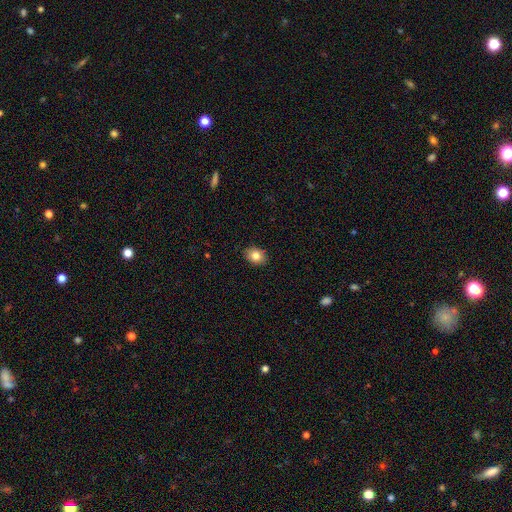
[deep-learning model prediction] A smooth galaxy with no disk features (83%) that is in between round and cigar-shaped (62%). Merging: none (88%).